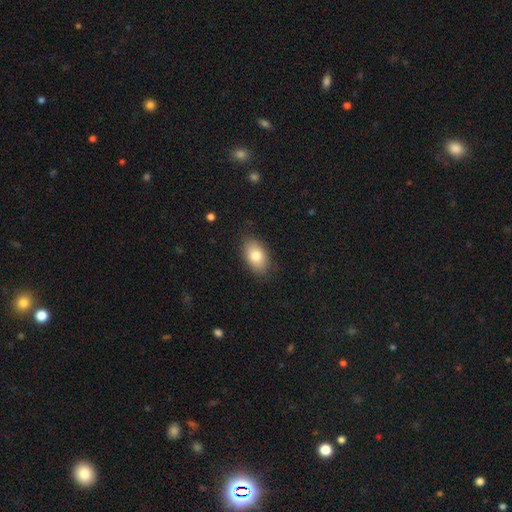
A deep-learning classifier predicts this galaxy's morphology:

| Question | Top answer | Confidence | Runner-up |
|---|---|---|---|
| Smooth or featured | smooth | 80% | featured or disk (12%) |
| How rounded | in between | 90% | round (8%) |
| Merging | none | 85% | minor disturbance (11%) |